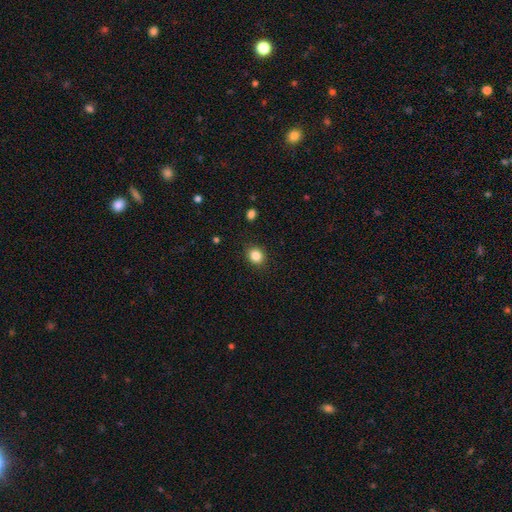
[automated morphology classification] smooth 85%, star or artifact 11%, featured or disk 5%. Down the decision tree: how rounded — round (71%); merging — none (90%).